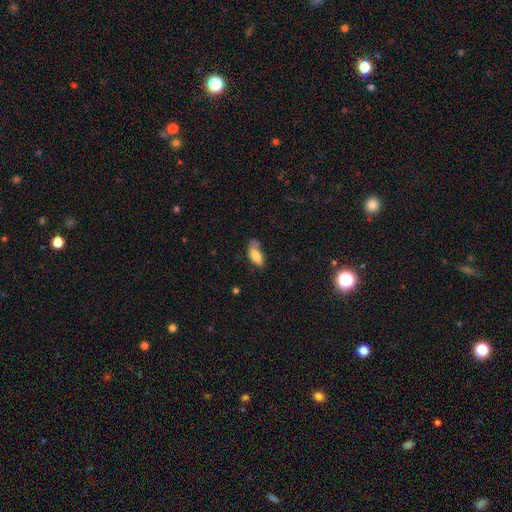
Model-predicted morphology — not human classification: Overall: smooth (80%). How rounded: in between (83%). Merging: none (48%; minor disturbance 32%).